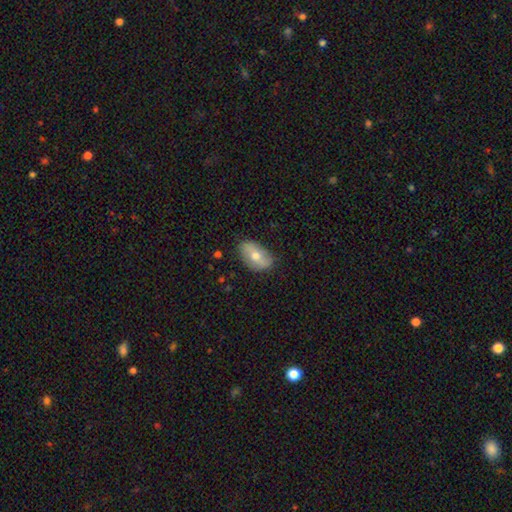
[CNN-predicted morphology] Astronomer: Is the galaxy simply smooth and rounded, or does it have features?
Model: smooth — 54% (runner-up: featured or disk, 39%).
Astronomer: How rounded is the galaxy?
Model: in between — 90%.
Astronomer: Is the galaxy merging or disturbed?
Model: none — 78%.